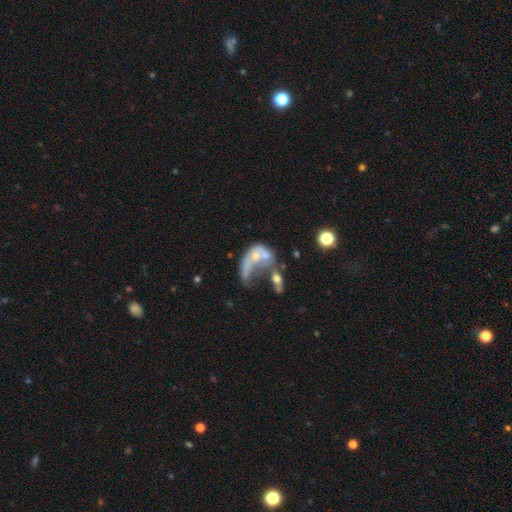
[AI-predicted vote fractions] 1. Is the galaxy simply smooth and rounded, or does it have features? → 53% featured or disk, 36% smooth, 11% star or artifact.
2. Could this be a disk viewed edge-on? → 95% no, 5% yes.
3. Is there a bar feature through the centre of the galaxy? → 83% no, 14% weak, 4% strong.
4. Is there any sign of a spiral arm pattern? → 73% no, 27% yes.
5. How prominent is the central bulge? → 42% moderate, 35% small, 16% none, 5% large, 2% dominant.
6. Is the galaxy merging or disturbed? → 59% merger, 26% major disturbance, 8% none, 6% minor disturbance.